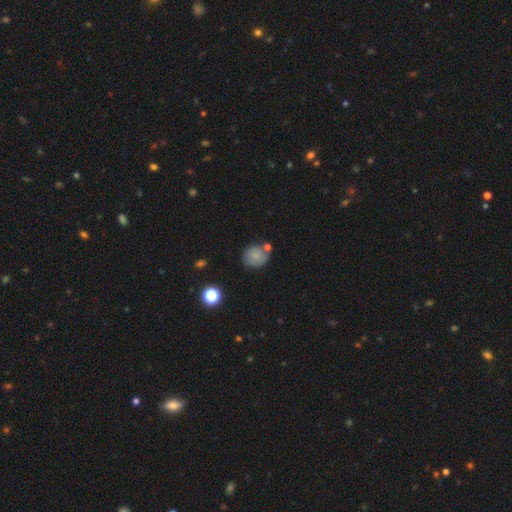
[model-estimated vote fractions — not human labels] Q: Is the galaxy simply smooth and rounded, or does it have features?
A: smooth — 80%.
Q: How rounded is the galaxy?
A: round — 78%.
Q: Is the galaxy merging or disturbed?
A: none — 66%.